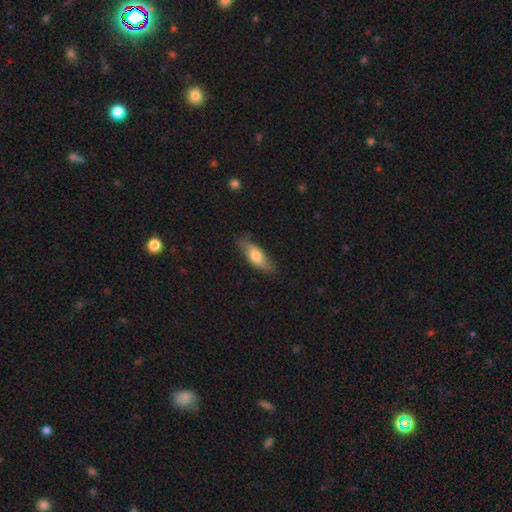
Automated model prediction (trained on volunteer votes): This appears to be a smooth galaxy with no disk features (69%) that is in between round and cigar-shaped (60%). Merging: none (78%).